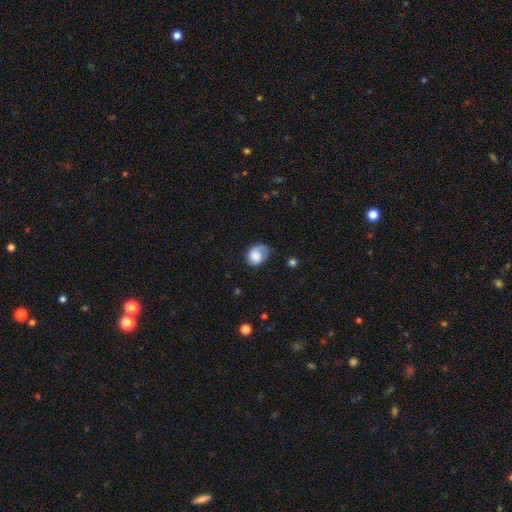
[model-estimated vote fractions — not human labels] Q: Smooth or featured?
A: smooth (72%); runner-up: featured or disk (21%)
Q: How rounded?
A: round (53%); runner-up: in between (46%)
Q: Merging?
A: minor disturbance (38%); runner-up: none (34%)